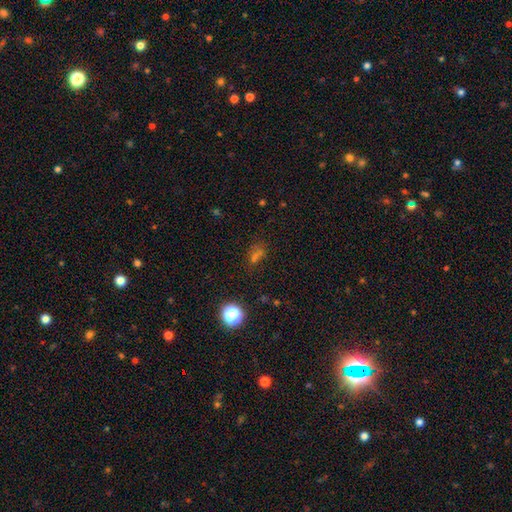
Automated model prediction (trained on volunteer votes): Smooth or featured?
  - smooth: 46% *
  - star or artifact: 43%
  - featured or disk: 11%
Merging?
  - none: 63% *
  - minor disturbance: 16%
  - merger: 11%
  - major disturbance: 11%